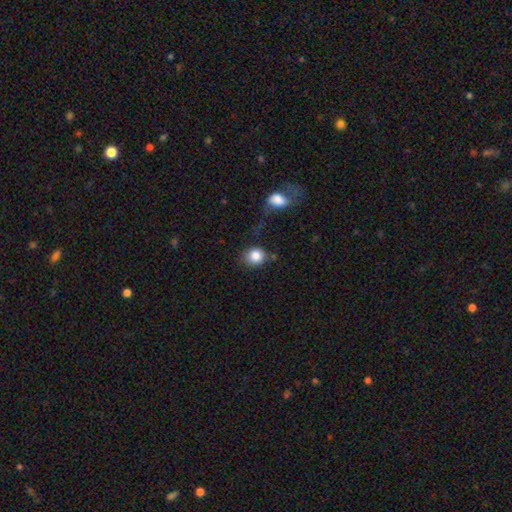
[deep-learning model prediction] A smooth galaxy with no disk features (85%) that is round (78%). Merging: none (71%).